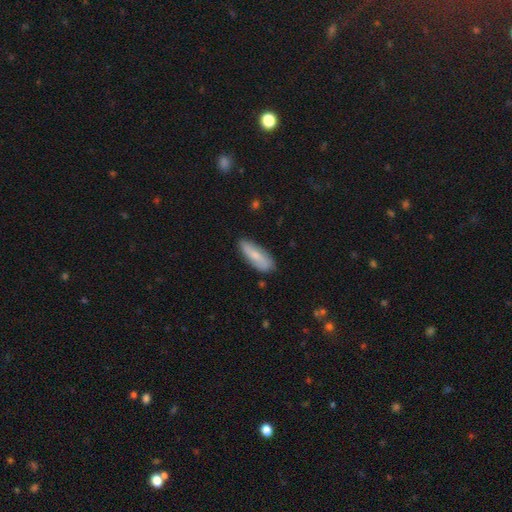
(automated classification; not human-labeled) Morphology: type=smooth (68%); roundness=in between (64%); merging=none (81%).